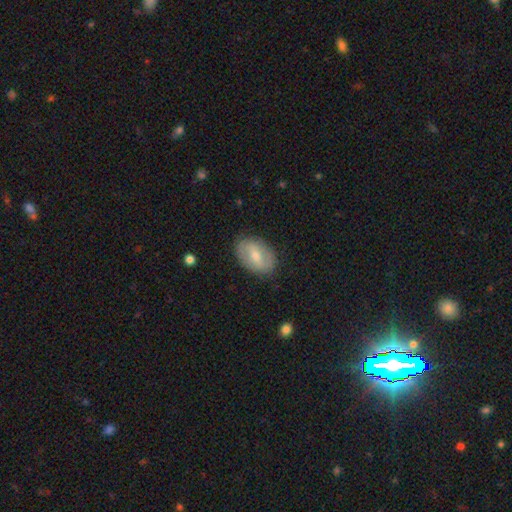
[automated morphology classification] Smooth or featured? smooth (48%)
Merging? none (83%)